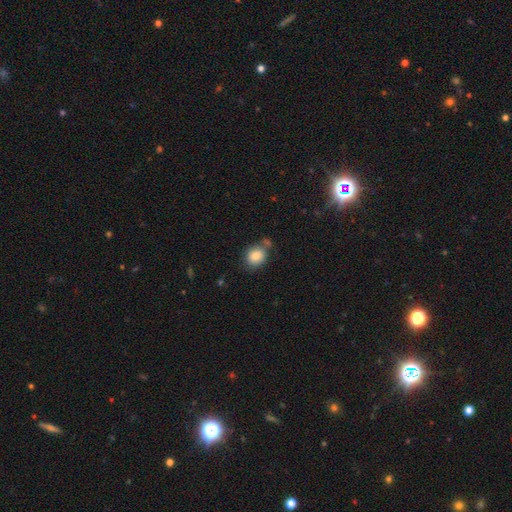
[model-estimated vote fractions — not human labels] Smooth or featured? Predicted: smooth (p=0.83). How rounded? Predicted: round (p=0.61). Merging? Predicted: none (p=0.60).